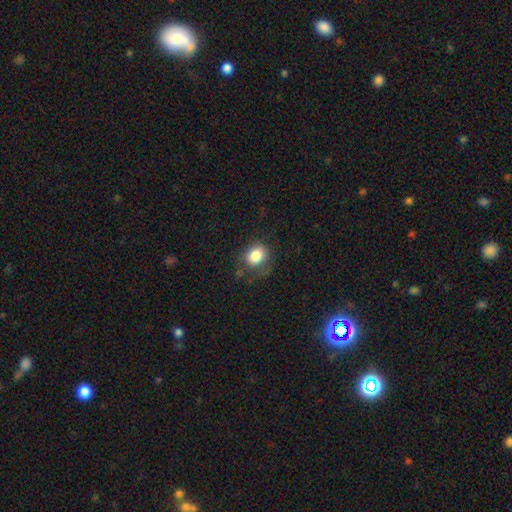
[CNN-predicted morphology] Q: Smooth or featured?
A: smooth (83%); runner-up: star or artifact (9%)
Q: How rounded?
A: round (52%); runner-up: in between (47%)
Q: Merging?
A: none (65%); runner-up: minor disturbance (23%)